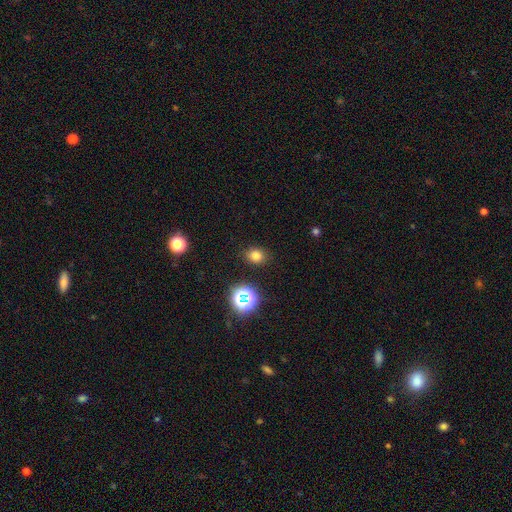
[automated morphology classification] A smooth galaxy with no disk features (75%) that is round (52%).

Vote fractions:
- Smooth or featured? smooth: 75% / star or artifact: 19% / featured or disk: 6%
- How rounded? round: 52% / in between: 47% / cigar-shaped: 1%
- Merging? none: 86% / minor disturbance: 9% / major disturbance: 3% / merger: 2%